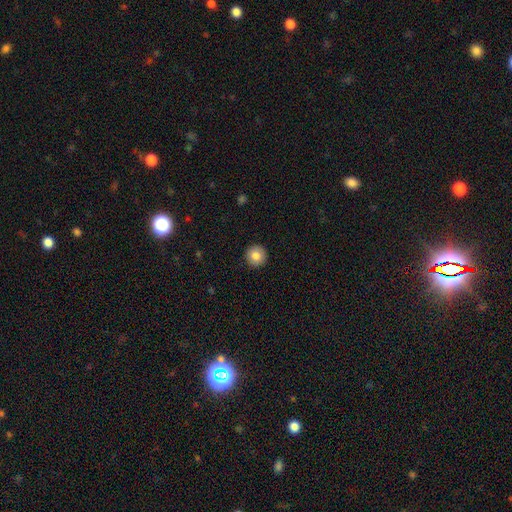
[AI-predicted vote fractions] Smooth or featured? Predicted: smooth (p=0.85). How rounded? Predicted: round (p=0.95). Merging? Predicted: none (p=0.92).